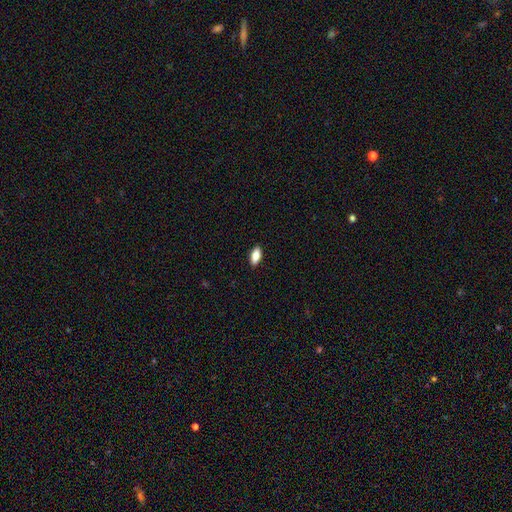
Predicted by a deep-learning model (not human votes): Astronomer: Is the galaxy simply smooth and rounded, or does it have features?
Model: smooth — 83%.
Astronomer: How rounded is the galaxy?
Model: in between — 86%.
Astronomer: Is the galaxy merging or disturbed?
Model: none — 89%.